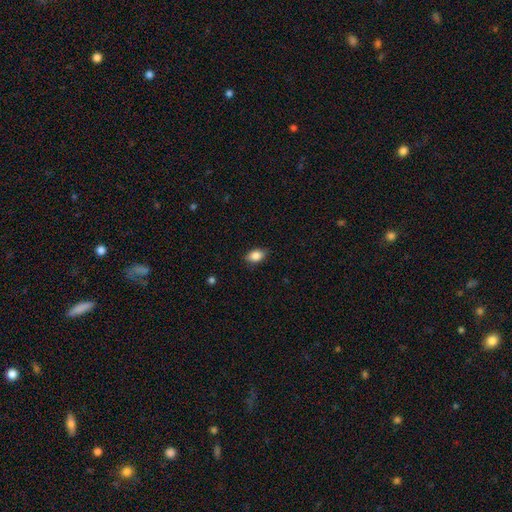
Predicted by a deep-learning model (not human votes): A smooth galaxy with no disk features (87%) that is in between round and cigar-shaped (86%).

Vote fractions:
- Smooth or featured? smooth: 87% / star or artifact: 8% / featured or disk: 6%
- How rounded? in between: 86% / round: 12% / cigar-shaped: 2%
- Merging? none: 85% / minor disturbance: 12% / major disturbance: 2% / merger: 1%